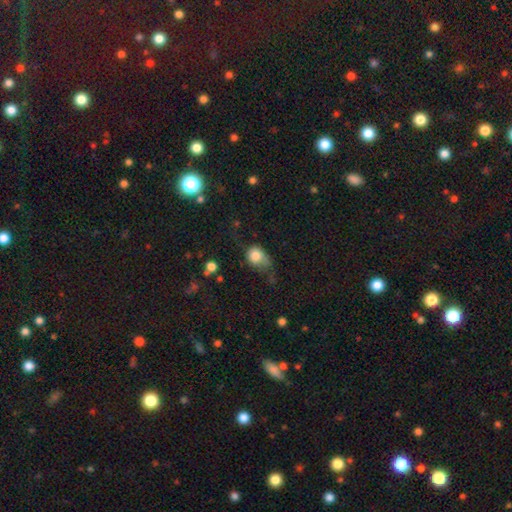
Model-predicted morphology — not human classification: Smooth or featured? smooth (78%)
How rounded? round (54%)
Merging? minor disturbance (36%)